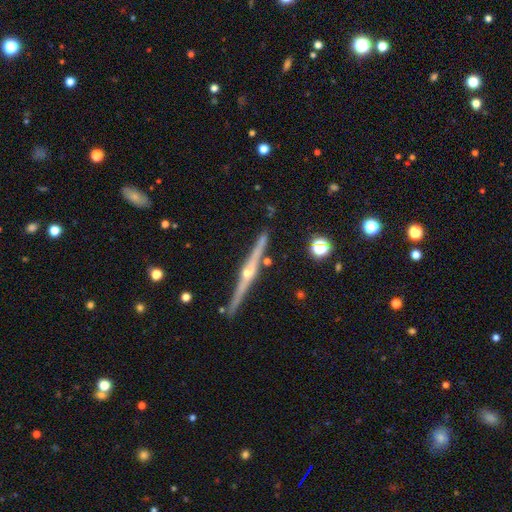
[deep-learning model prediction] A featured or disk galaxy (84%) viewed edge-on (98%) with a rounded central bulge (90%).

Vote fractions:
- Smooth or featured? featured or disk: 84% / smooth: 10% / star or artifact: 6%
- Edge-on disk? yes: 98% / no: 2%
- Edge-on bulge? rounded: 90% / none: 7% / boxy: 3%
- Merging? none: 88% / minor disturbance: 8% / merger: 3% / major disturbance: 2%